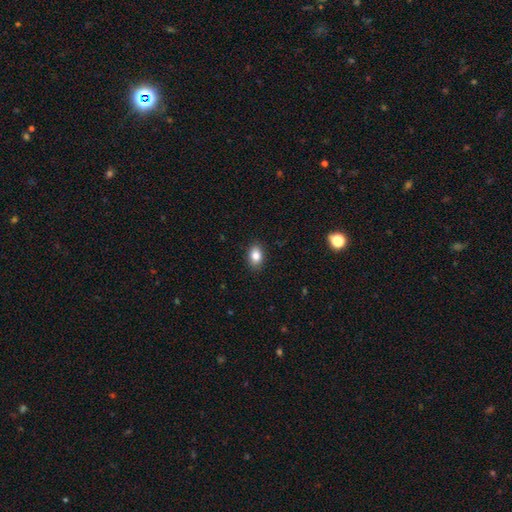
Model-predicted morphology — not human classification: The model was most divided on "how rounded": in between: 83%, round: 15%, cigar-shaped: 2%. More confident: merging — none (88%); smooth or featured — smooth (85%).